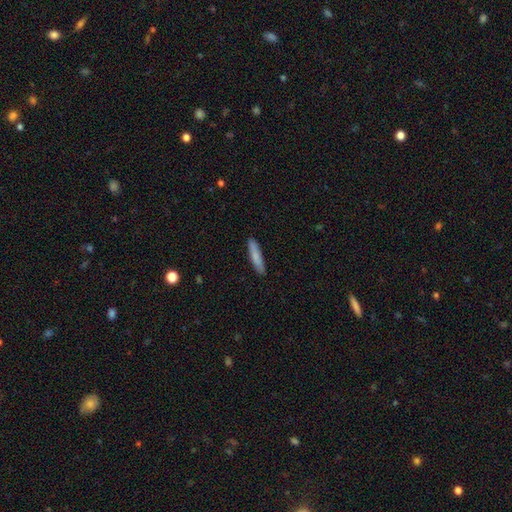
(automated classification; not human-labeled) Smooth or featured? Predicted: smooth (p=0.81). How rounded? Predicted: cigar-shaped (p=0.88). Merging? Predicted: none (p=0.90).